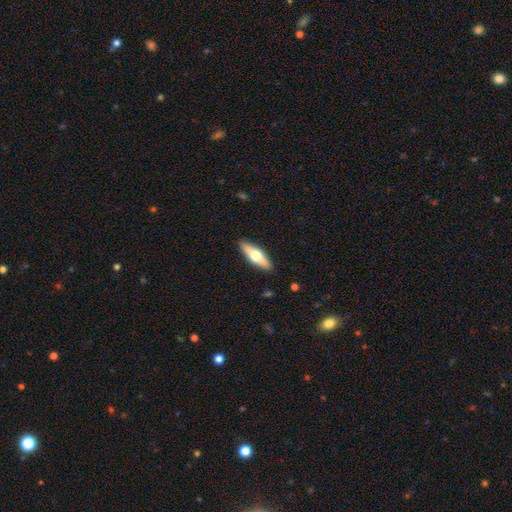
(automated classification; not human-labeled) Smooth or featured? Predicted: smooth (p=0.54). How rounded? Predicted: in between (p=0.49, tied with cigar-shaped). Merging? Predicted: none (p=0.89).